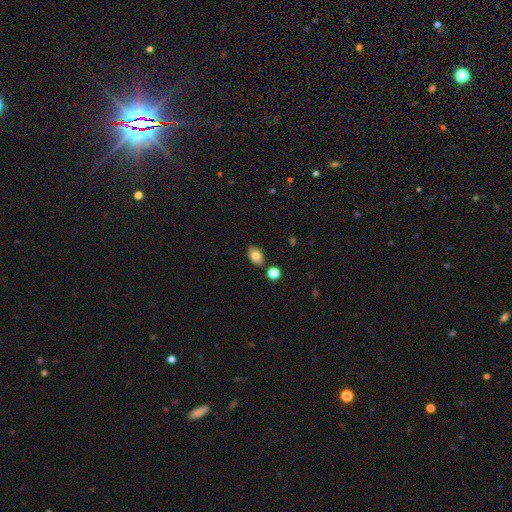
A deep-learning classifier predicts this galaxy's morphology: Smooth or featured? smooth (80%)
How rounded? in between (86%)
Merging? none (83%)